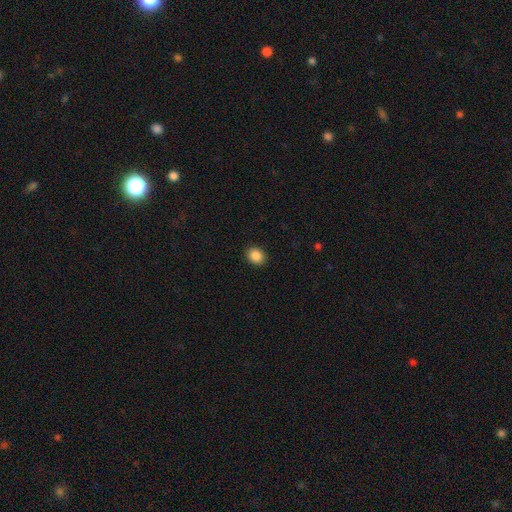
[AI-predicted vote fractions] Smooth or featured: smooth — 87% (star or artifact — 9%)
How rounded: round — 53% (in between — 46%)
Merging: none — 91% (minor disturbance — 6%)